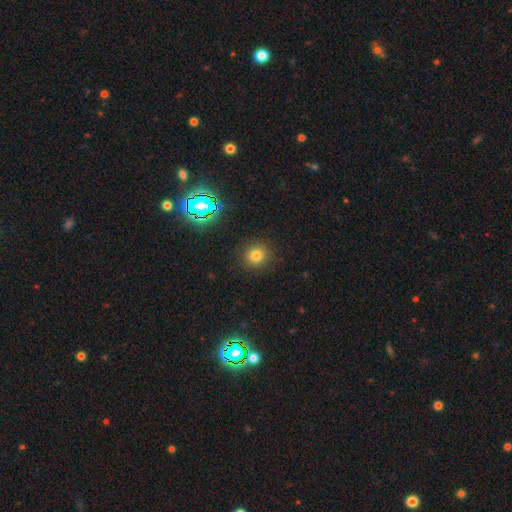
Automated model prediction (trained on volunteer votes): The model was most divided on "smooth or featured": smooth: 76%, star or artifact: 17%, featured or disk: 7%. More confident: merging — none (88%); how rounded — round (83%).